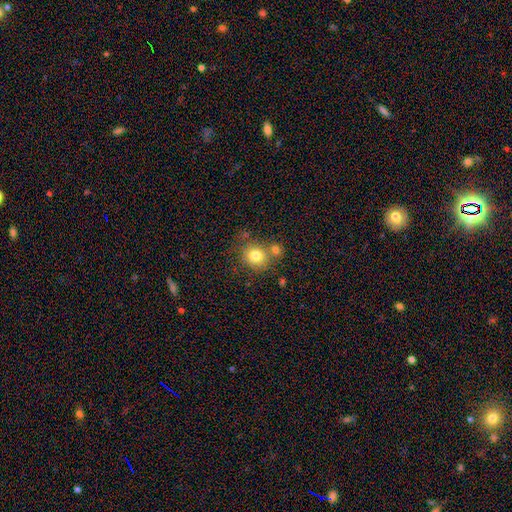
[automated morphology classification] smooth 78%, star or artifact 11%, featured or disk 10%. Down the decision tree: how rounded — round (82%); merging — none (61%).